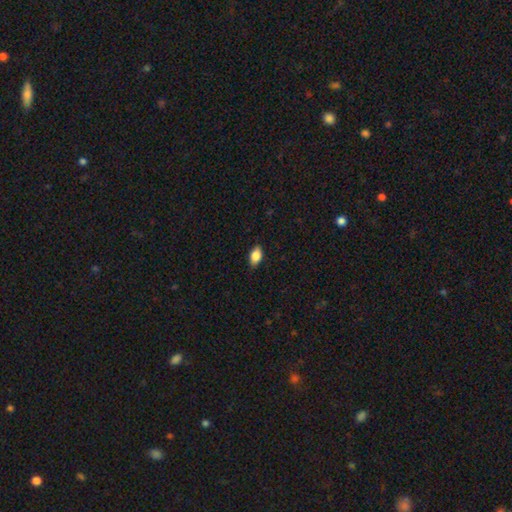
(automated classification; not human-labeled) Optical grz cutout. It shows a smooth galaxy with no disk features (85%) that is in between round and cigar-shaped (89%). Merging: none (84%).